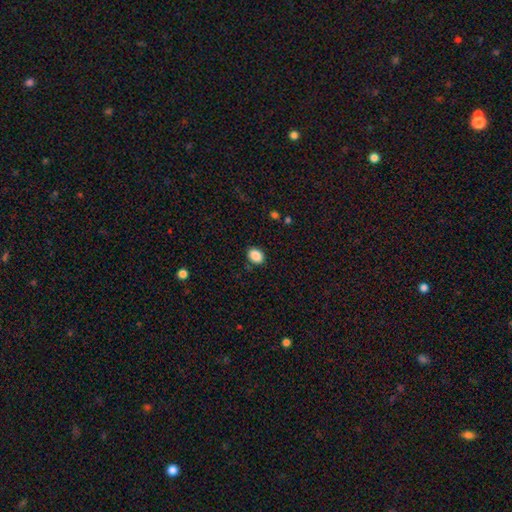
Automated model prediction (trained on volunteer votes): smooth_or_featured: smooth (p=0.88) [alt: star or artifact p=0.09]
how_rounded: in between (p=0.66) [alt: round p=0.33]
merging: none (p=0.87) [alt: minor disturbance p=0.09]